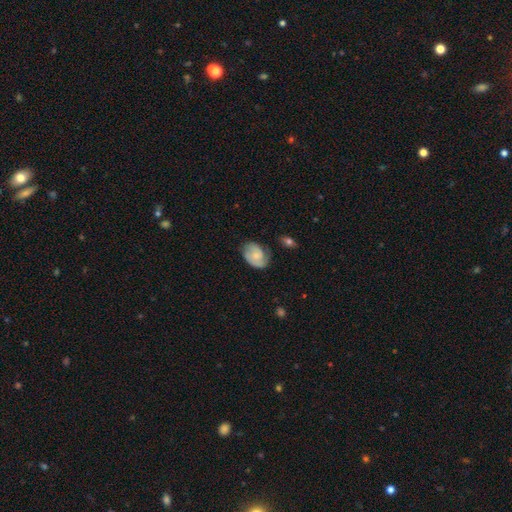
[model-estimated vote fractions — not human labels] This is possibly a featured or disk galaxy (50%). It is clearly not viewed edge-on (96%). Merging: likely none (63%).